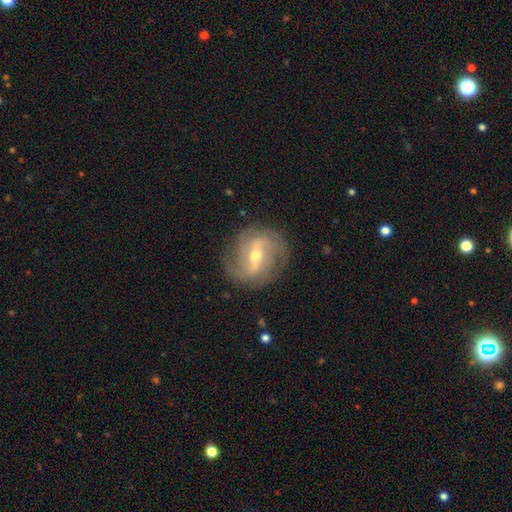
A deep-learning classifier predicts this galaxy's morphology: This is clearly a featured or disk galaxy (84%). It is clearly not viewed edge-on (94%). Bar: possibly strong (51%). Spiral arm pattern: clearly yes (92%). Spiral arm count: likely 2 (64%). Spiral winding: marginally medium (41%). Central bulge: possibly moderate (56%). Merging: clearly none (81%).